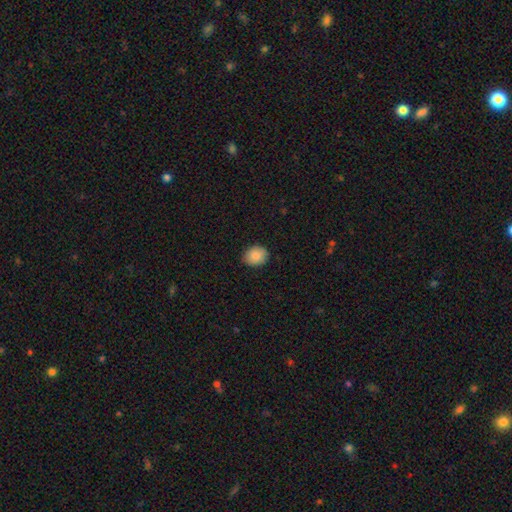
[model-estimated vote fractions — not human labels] A smooth galaxy with no disk features (88%) that is round (55%).

Vote fractions:
- Smooth or featured? smooth: 88% / star or artifact: 8% / featured or disk: 4%
- How rounded? round: 55% / in between: 44% / cigar-shaped: 1%
- Merging? none: 88% / minor disturbance: 9% / major disturbance: 2% / merger: 1%